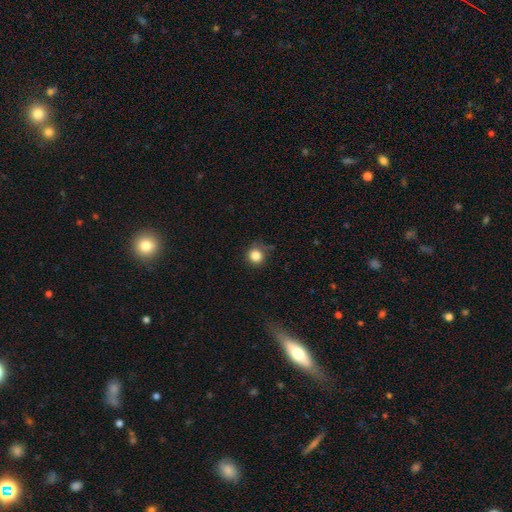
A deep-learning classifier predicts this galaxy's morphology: smooth_or_featured: smooth (p=0.83) [alt: star or artifact p=0.12]
how_rounded: round (p=0.90) [alt: in between p=0.09]
merging: none (p=0.75) [alt: minor disturbance p=0.18]